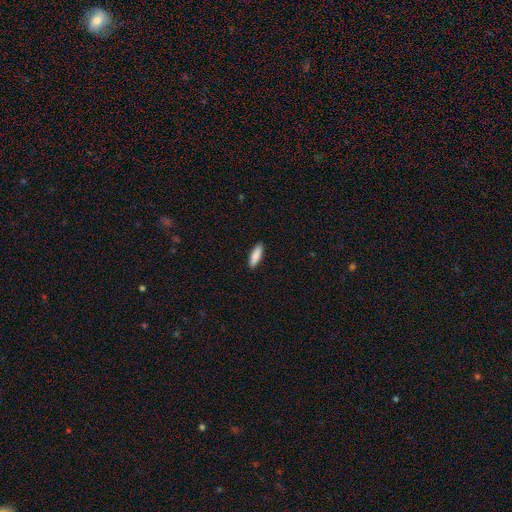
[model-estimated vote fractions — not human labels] This appears to be a smooth galaxy with no disk features (89%) that is cigar-shaped (50%). Merging: none (90%).